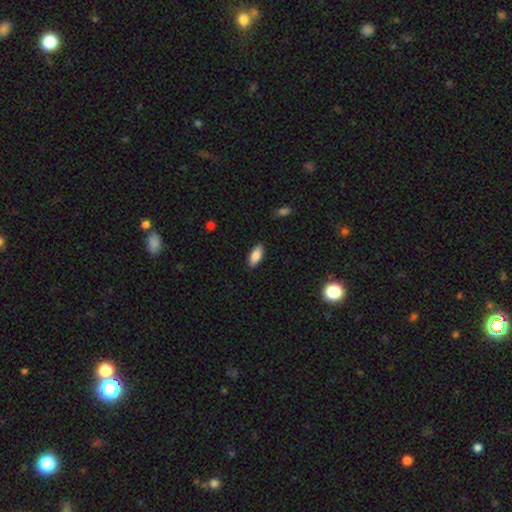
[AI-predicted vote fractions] This is clearly a smooth galaxy (84%). How rounded: clearly in between (85%). Merging: clearly none (87%).